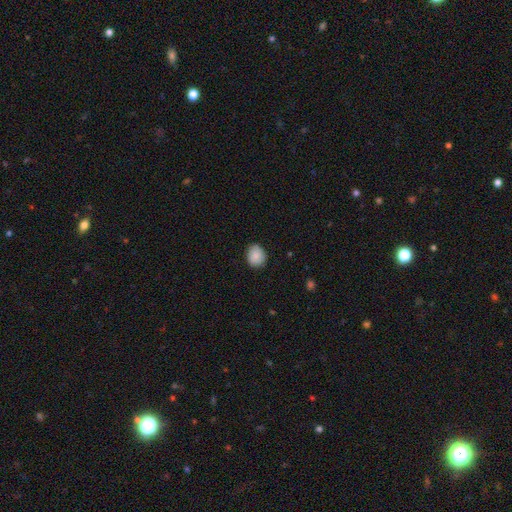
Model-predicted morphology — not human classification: smooth-or-featured: smooth: 88% | star or artifact: 7% | featured or disk: 4%
  how-rounded: round: 63% | in between: 36% | cigar-shaped: 1%
  merging: none: 82% | minor disturbance: 14% | major disturbance: 2% | merger: 1%